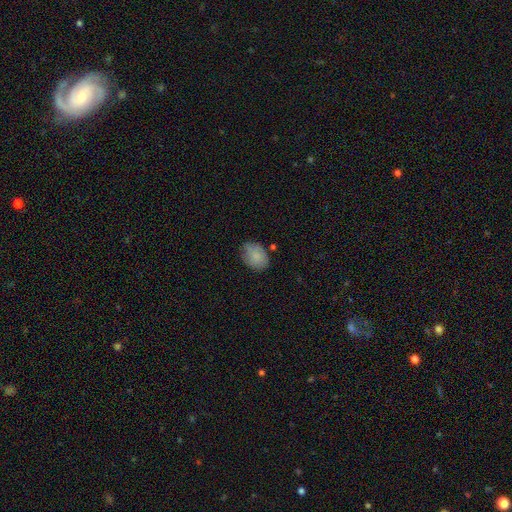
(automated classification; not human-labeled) A smooth galaxy with no disk features (82%) that is in between round and cigar-shaped (75%).

Vote fractions:
- Smooth or featured? smooth: 82% / featured or disk: 11% / star or artifact: 7%
- How rounded? in between: 75% / round: 24% / cigar-shaped: 1%
- Merging? none: 68% / minor disturbance: 23% / major disturbance: 5% / merger: 3%